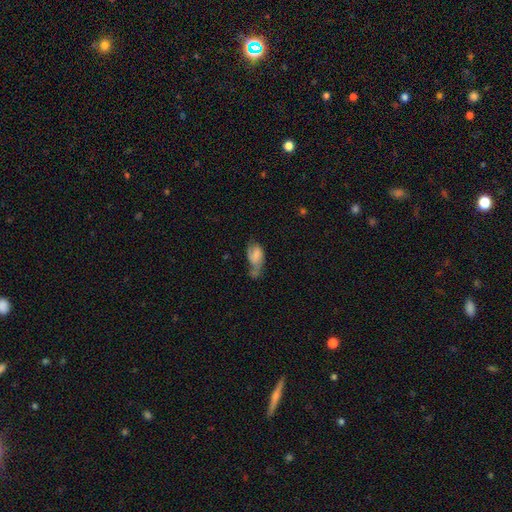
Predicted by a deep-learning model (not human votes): A smooth galaxy with no disk features (54%) that is in between round and cigar-shaped (88%).

Vote fractions:
- Smooth or featured? smooth: 54% / featured or disk: 37% / star or artifact: 9%
- How rounded? in between: 88% / round: 8% / cigar-shaped: 4%
- Merging? minor disturbance: 28% / major disturbance: 26% / none: 25% / merger: 20%